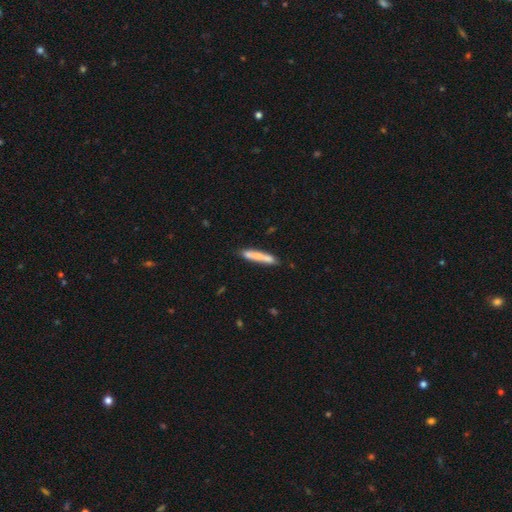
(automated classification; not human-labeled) Smooth or featured? Predicted: smooth (p=0.72). How rounded? Predicted: cigar-shaped (p=0.91). Merging? Predicted: none (p=0.70).